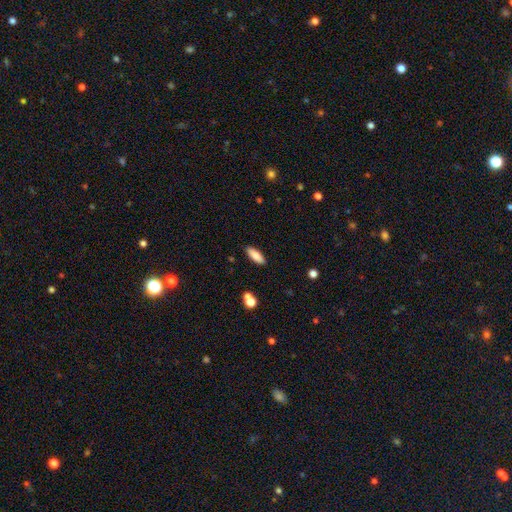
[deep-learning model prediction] A smooth galaxy with no disk features (81%) that is in between round and cigar-shaped (62%). Merging: none (87%).